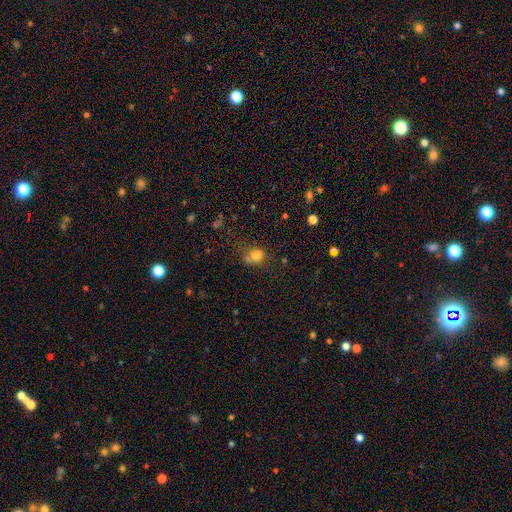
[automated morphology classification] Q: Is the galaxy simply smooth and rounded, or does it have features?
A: smooth — 72%.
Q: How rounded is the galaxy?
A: round — 58%.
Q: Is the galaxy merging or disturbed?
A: none — 45%.